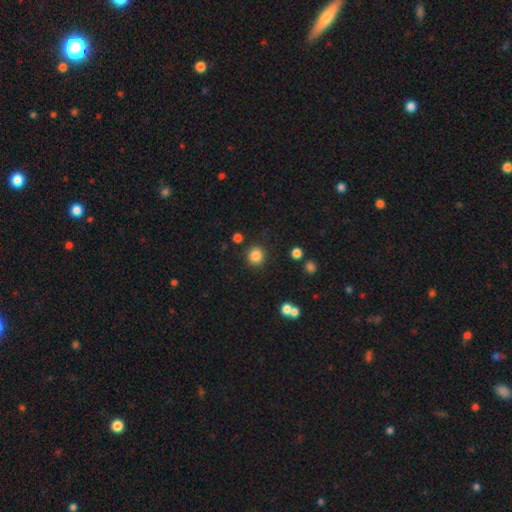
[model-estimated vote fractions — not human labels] smooth_or_featured: smooth (p=0.84) [alt: star or artifact p=0.11]
how_rounded: round (p=0.92) [alt: in between p=0.07]
merging: none (p=0.88) [alt: minor disturbance p=0.06]